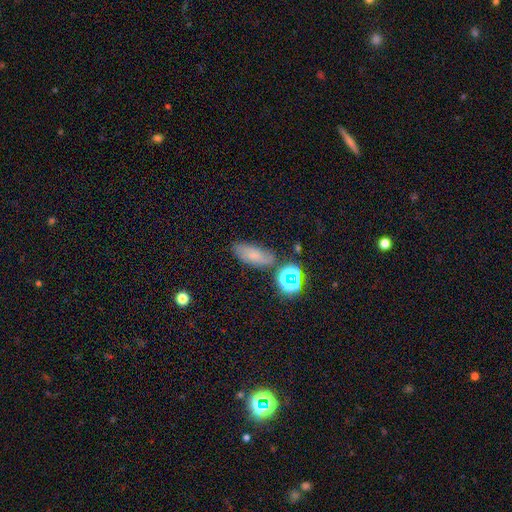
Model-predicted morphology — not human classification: Smooth or featured? smooth (64%)
How rounded? in between (79%)
Merging? none (67%)